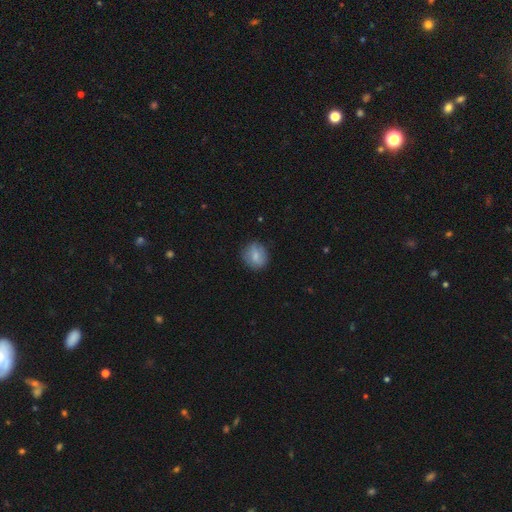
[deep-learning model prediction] Q: Smooth or featured?
A: smooth (76%); runner-up: featured or disk (16%)
Q: How rounded?
A: round (73%); runner-up: in between (26%)
Q: Merging?
A: none (82%); runner-up: minor disturbance (13%)